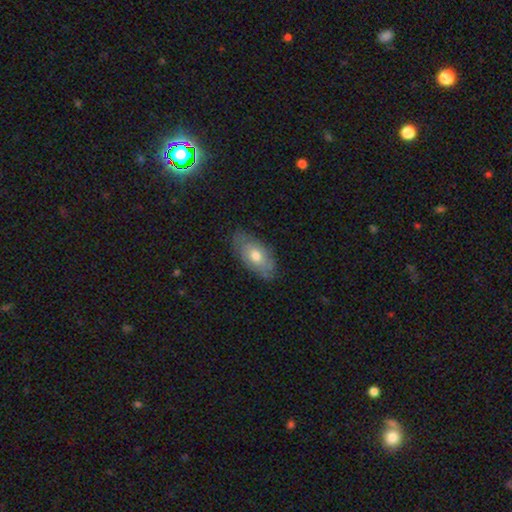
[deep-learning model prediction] A smooth galaxy with no disk features (57%) that is in between round and cigar-shaped (90%). Merging: none (76%).